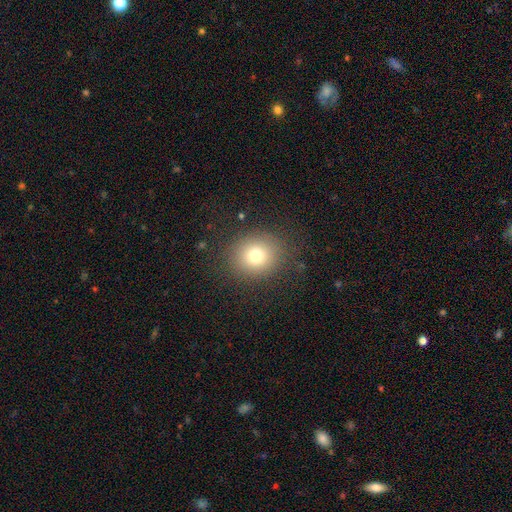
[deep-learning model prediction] smooth 74%, star or artifact 15%, featured or disk 11%. Down the decision tree: how rounded — round (79%); merging — none (85%).